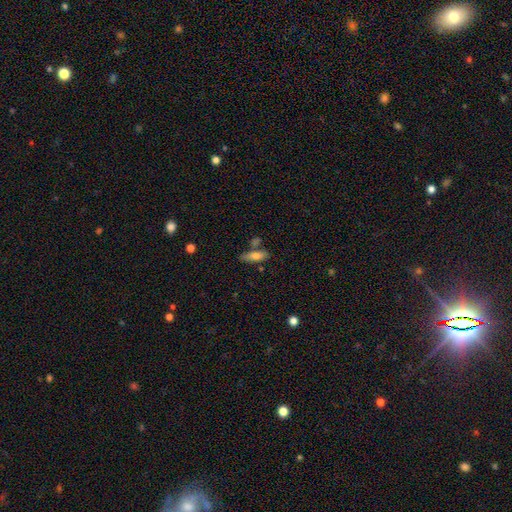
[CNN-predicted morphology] A smooth galaxy with no disk features (70%) that is cigar-shaped (49%). Merging: none (64%).